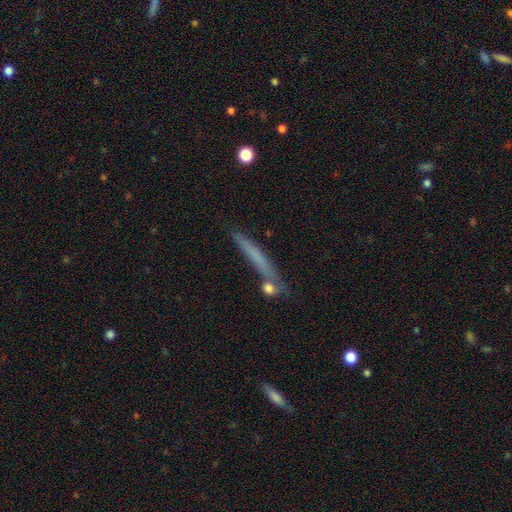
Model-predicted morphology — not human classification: This is possibly a smooth galaxy (58%). How rounded: clearly cigar-shaped (94%). Merging: likely none (74%).